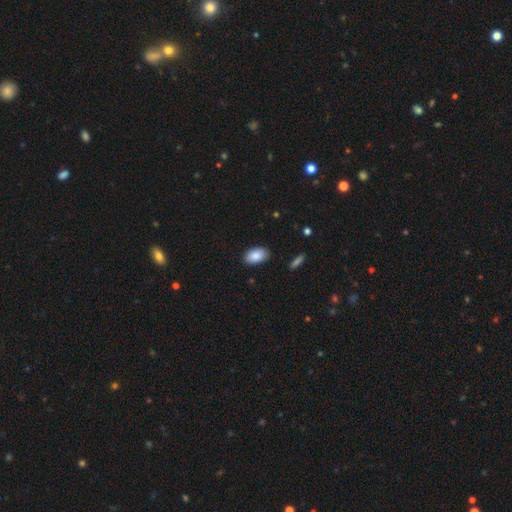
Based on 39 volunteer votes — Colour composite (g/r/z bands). It shows a smooth galaxy with no disk features (92%) that is in between round and cigar-shaped (97%). Merging: none (86%).